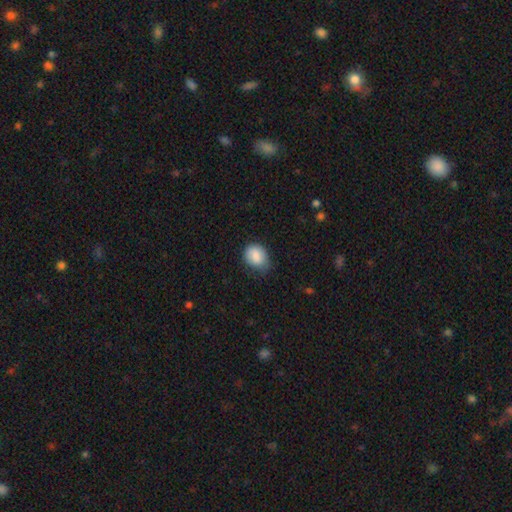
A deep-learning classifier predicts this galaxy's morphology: Smooth or featured?
  - smooth: 86% *
  - star or artifact: 7%
  - featured or disk: 7%
How rounded?
  - round: 51% *
  - in between: 48%
  - cigar-shaped: 1%
Merging?
  - none: 55% *
  - minor disturbance: 35%
  - major disturbance: 8%
  - merger: 1%